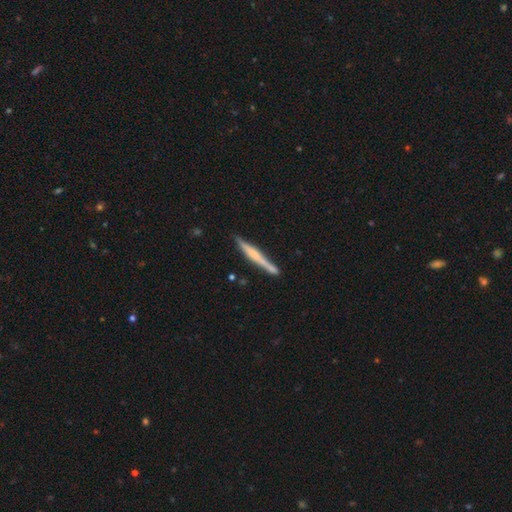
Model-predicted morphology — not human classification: This appears to be a featured or disk galaxy (55%) viewed edge-on (97%) with no central bulge (44%). Merging: none (78%).